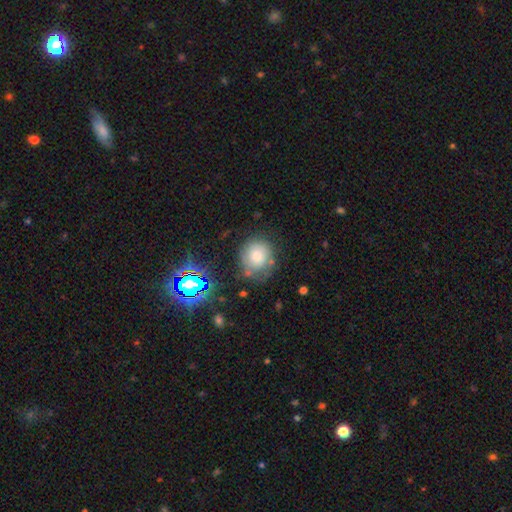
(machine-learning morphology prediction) smooth_or_featured: smooth (p=0.70) [alt: featured or disk p=0.16]
how_rounded: round (p=0.83) [alt: in between p=0.16]
merging: none (p=0.64) [alt: minor disturbance p=0.23]